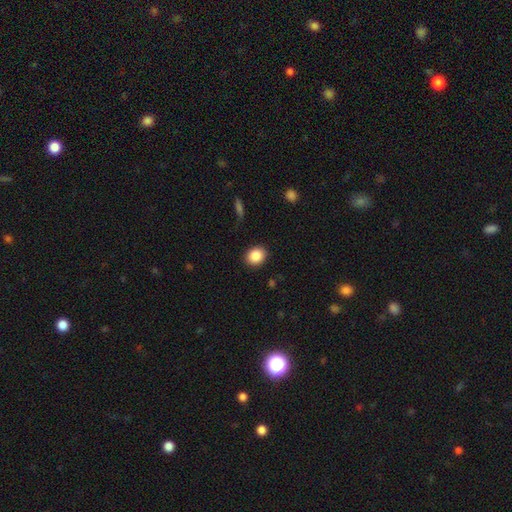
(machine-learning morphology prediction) smooth 87%, star or artifact 9%, featured or disk 4%. Down the decision tree: how rounded — round (59%); merging — none (89%).